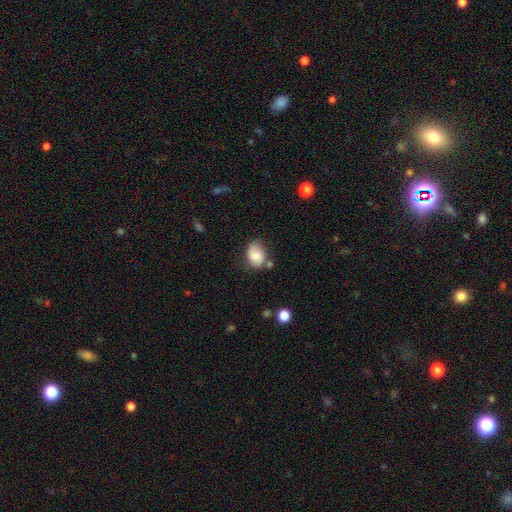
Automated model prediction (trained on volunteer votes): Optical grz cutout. It shows a smooth galaxy with no disk features (71%) that is in between round and cigar-shaped (66%). Merging: none (50%).